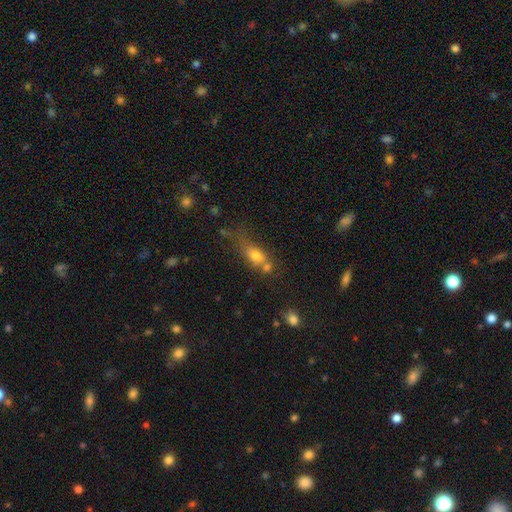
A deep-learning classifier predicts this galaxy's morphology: A smooth galaxy with no disk features (69%) that is in between round and cigar-shaped (70%). Merging: merger (33%).